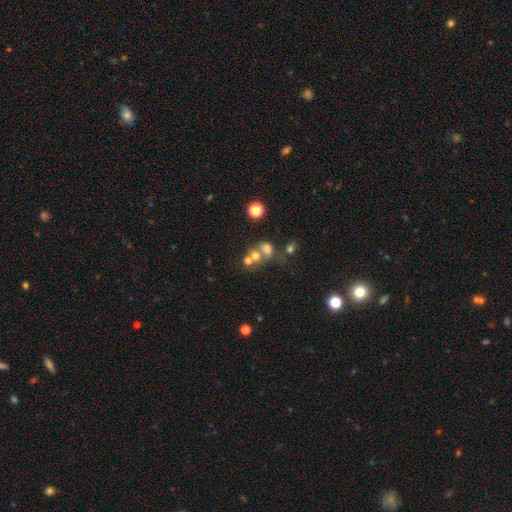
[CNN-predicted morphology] A smooth galaxy with no disk features (61%) that is round (65%). Merging: merger (54%).